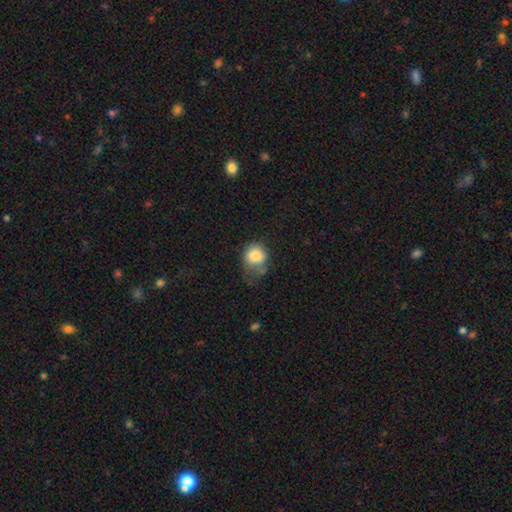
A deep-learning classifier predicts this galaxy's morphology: smooth_or_featured: smooth (p=0.82) [alt: featured or disk p=0.10]
how_rounded: round (p=0.67) [alt: in between p=0.32]
merging: minor disturbance (p=0.35) [alt: none p=0.34]